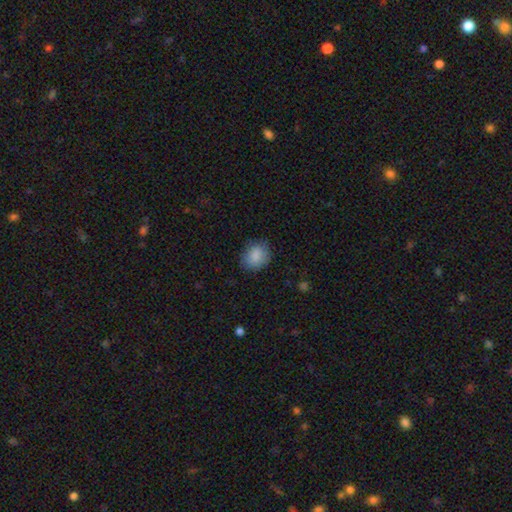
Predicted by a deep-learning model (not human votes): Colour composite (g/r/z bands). It shows a smooth galaxy with no disk features (87%) that is round (59%). Merging: none (78%).